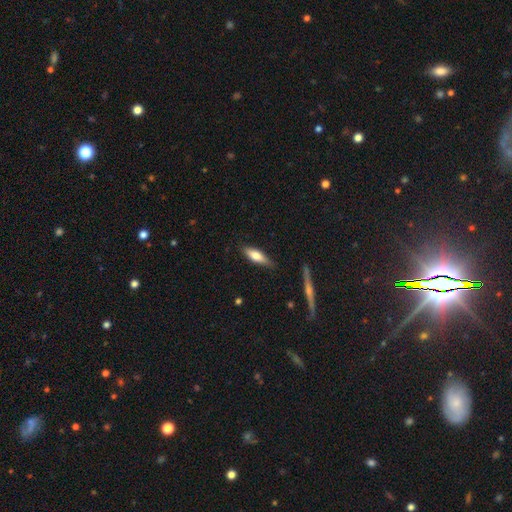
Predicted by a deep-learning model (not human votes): Smooth or featured: smooth — 68% (featured or disk — 26%)
How rounded: in between — 51% (cigar-shaped — 47%)
Merging: none — 79% (minor disturbance — 16%)